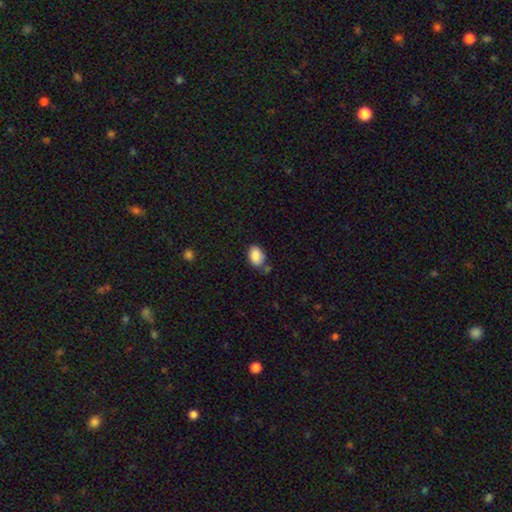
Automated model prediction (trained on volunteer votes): A smooth galaxy with no disk features (88%) that is in between round and cigar-shaped (85%). Merging: none (69%).